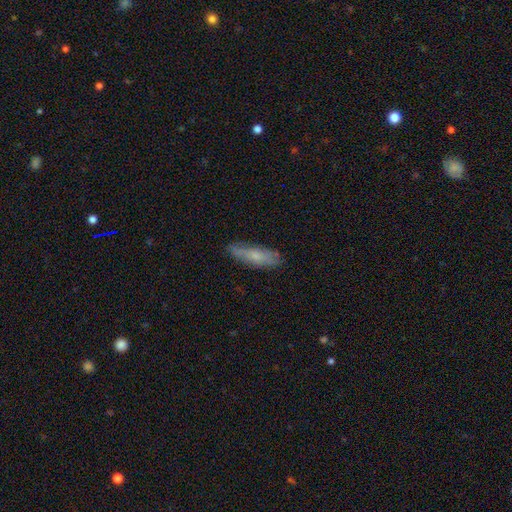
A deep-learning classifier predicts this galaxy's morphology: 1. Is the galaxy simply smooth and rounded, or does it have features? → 58% smooth, 35% featured or disk, 7% star or artifact.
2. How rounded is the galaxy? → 58% cigar-shaped, 40% in between, 2% round.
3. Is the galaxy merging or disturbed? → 73% none, 20% minor disturbance, 5% major disturbance, 2% merger.